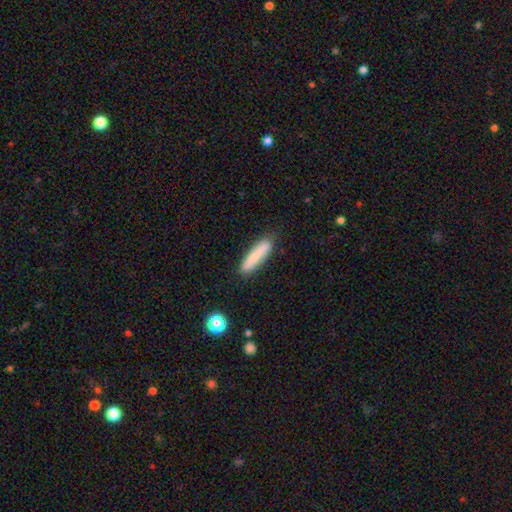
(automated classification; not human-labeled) The model was most divided on "smooth or featured": smooth: 81%, featured or disk: 13%, star or artifact: 6%. More confident: merging — none (85%); how rounded — cigar-shaped (83%).